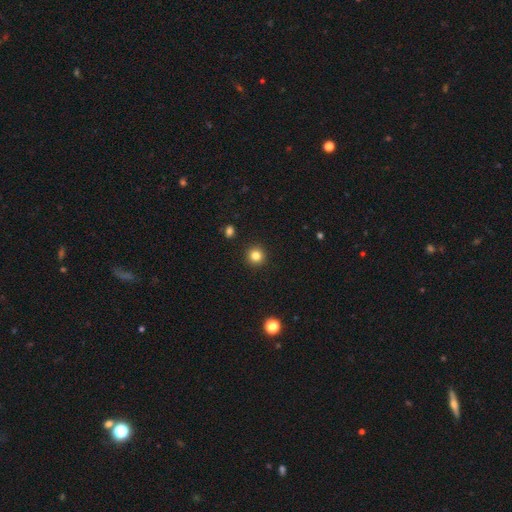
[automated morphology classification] Smooth or featured? Predicted: smooth (p=0.82). How rounded? Predicted: round (p=0.95). Merging? Predicted: none (p=0.93).